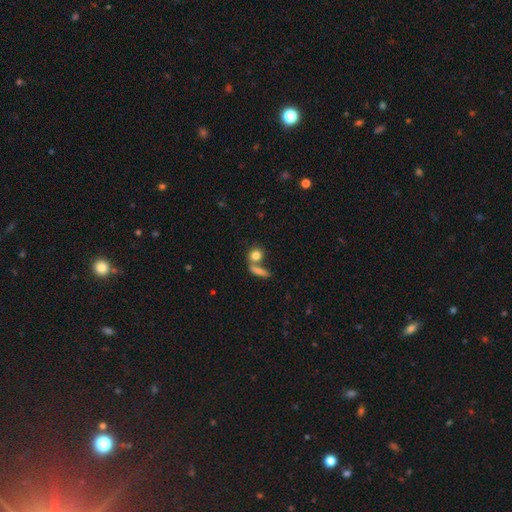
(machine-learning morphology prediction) Smooth or featured?
  - smooth: 81% *
  - featured or disk: 10%
  - star or artifact: 9%
How rounded?
  - round: 63% *
  - in between: 29%
  - cigar-shaped: 7%
Merging?
  - none: 50% *
  - merger: 37%
  - minor disturbance: 9%
  - major disturbance: 4%